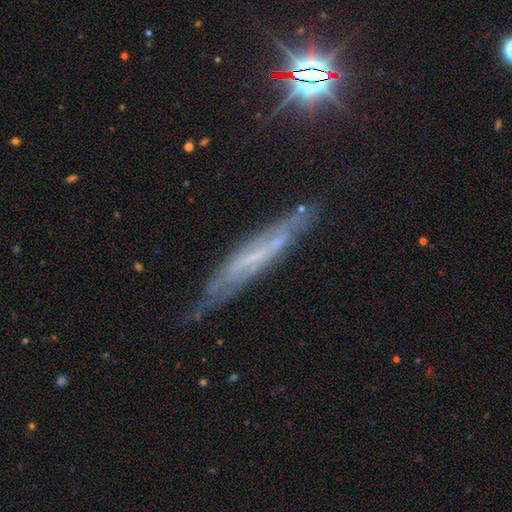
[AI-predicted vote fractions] Smooth or featured?
  - featured or disk: 68% *
  - smooth: 19%
  - star or artifact: 13%
Edge-on disk?
  - yes: 64% *
  - no: 36%
Merging?
  - none: 70% *
  - minor disturbance: 22%
  - major disturbance: 6%
  - merger: 2%